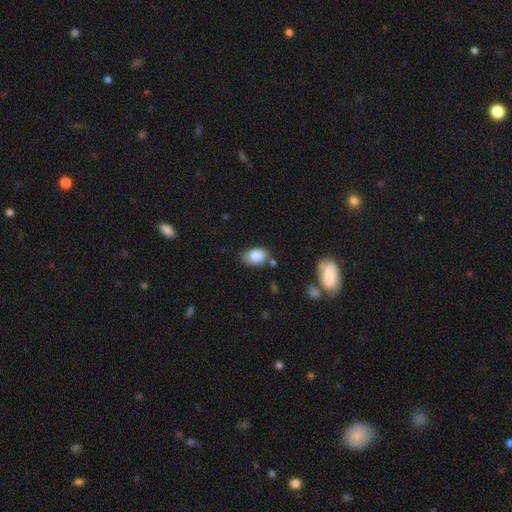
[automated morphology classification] Q: Smooth or featured?
A: smooth (84%); runner-up: star or artifact (8%)
Q: How rounded?
A: in between (83%); runner-up: round (16%)
Q: Merging?
A: none (65%); runner-up: minor disturbance (23%)